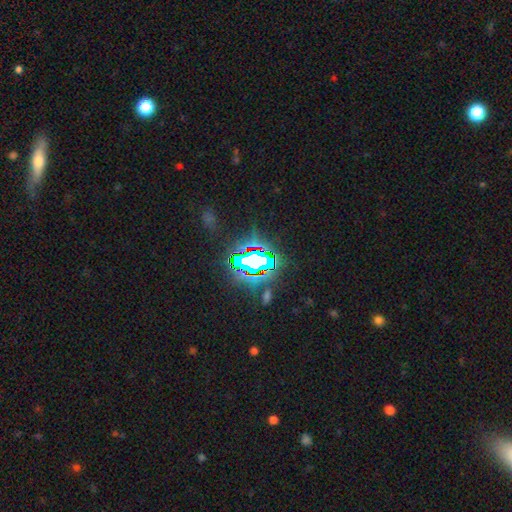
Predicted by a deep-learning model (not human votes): Smooth or featured? Predicted: star or artifact (p=0.80).